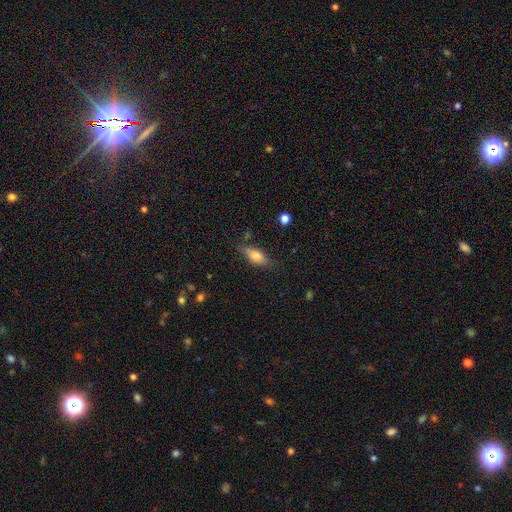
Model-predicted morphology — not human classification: type=smooth (62%); roundness=in between (71%); merging=none (76%).